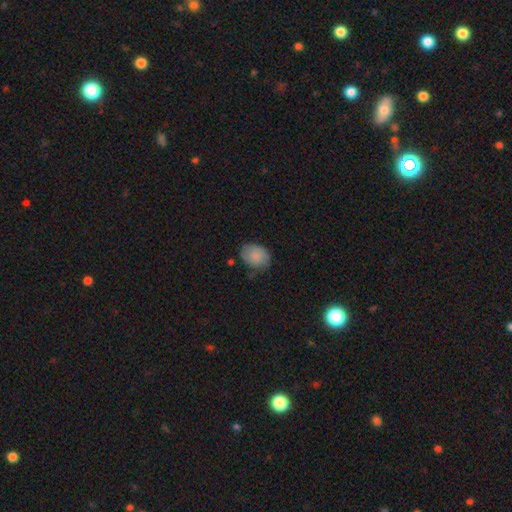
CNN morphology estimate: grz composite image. It shows a smooth galaxy with no disk features (75%) that is in between round and cigar-shaped (68%). Merging: none (65%).